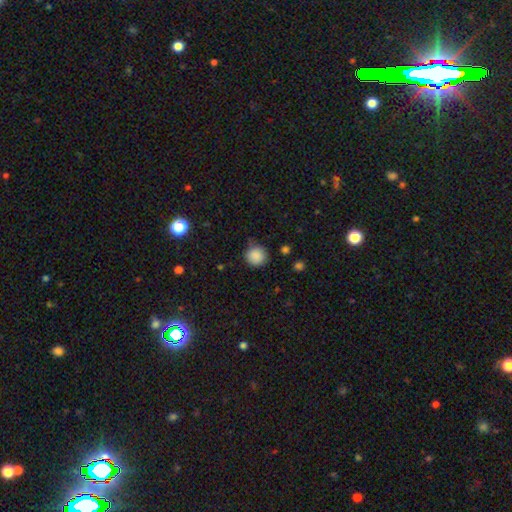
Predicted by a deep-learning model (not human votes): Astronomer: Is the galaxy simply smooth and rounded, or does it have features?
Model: smooth — 87%.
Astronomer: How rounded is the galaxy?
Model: round — 93%.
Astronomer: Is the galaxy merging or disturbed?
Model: none — 76%.